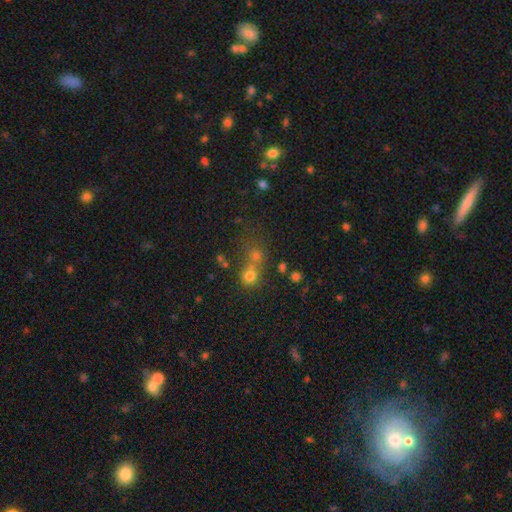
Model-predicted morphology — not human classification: Smooth or featured? smooth (59%)
How rounded? round (83%)
Merging? merger (45%)